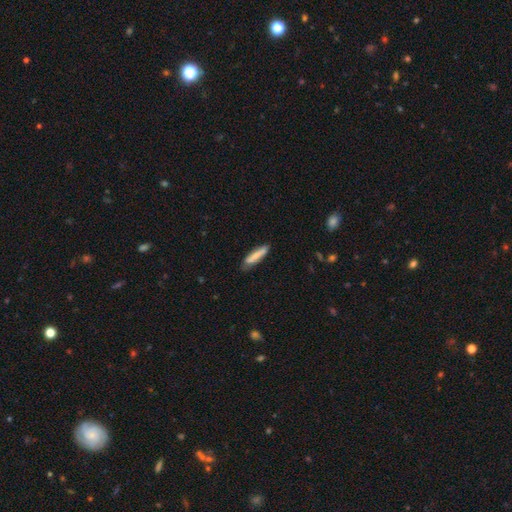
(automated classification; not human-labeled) A smooth galaxy with no disk features (76%) that is cigar-shaped (82%).

Vote fractions:
- Smooth or featured? smooth: 76% / featured or disk: 18% / star or artifact: 6%
- How rounded? cigar-shaped: 82% / in between: 16% / round: 1%
- Merging? none: 75% / minor disturbance: 19% / major disturbance: 3% / merger: 2%